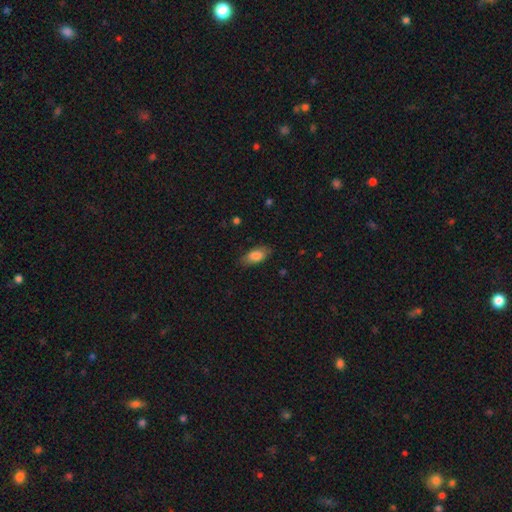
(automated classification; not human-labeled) Morphology: type=smooth (83%); roundness=in between (87%); merging=none (78%).